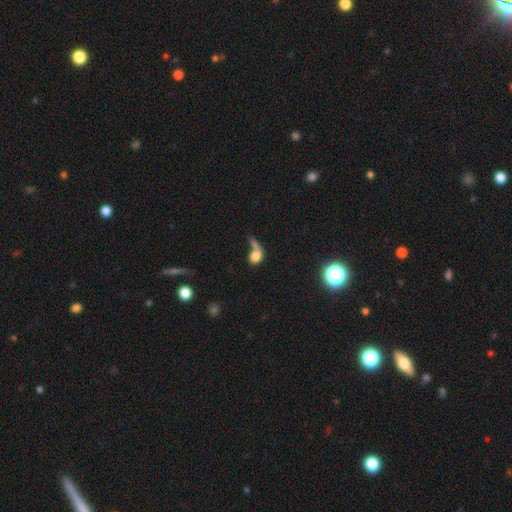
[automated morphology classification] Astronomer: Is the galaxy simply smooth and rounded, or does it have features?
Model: smooth — 67%.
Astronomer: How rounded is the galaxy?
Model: in between — 53% (runner-up: round, 44%).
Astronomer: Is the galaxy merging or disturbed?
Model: merger — 36% (runner-up: major disturbance, 29%).